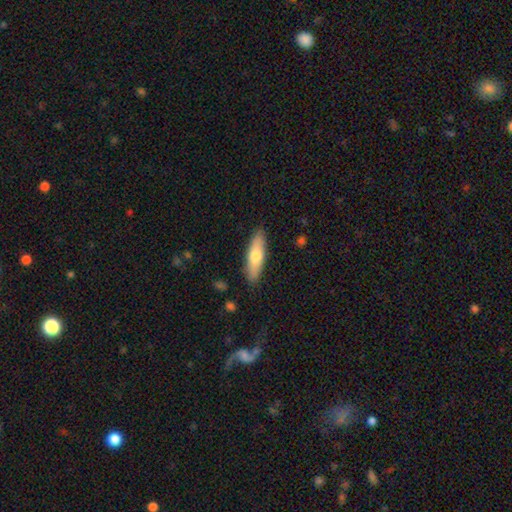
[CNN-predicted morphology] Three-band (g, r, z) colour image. It shows a smooth galaxy with no disk features (65%) that is cigar-shaped (60%). Merging: none (88%).